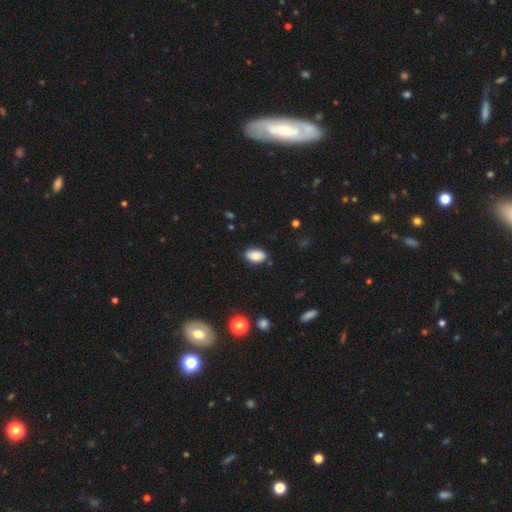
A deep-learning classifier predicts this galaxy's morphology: smooth-or-featured: smooth: 86% | star or artifact: 8% | featured or disk: 6%
  how-rounded: in between: 91% | round: 7% | cigar-shaped: 2%
  merging: none: 80% | minor disturbance: 15% | major disturbance: 3% | merger: 2%